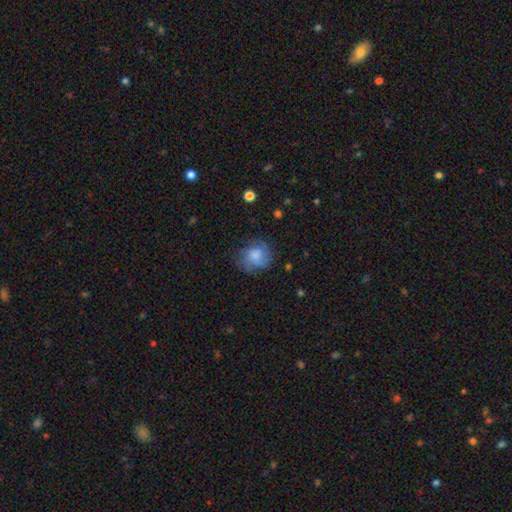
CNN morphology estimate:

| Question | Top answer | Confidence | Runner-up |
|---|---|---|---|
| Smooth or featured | smooth | 50% | featured or disk (41%) |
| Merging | none | 66% | minor disturbance (21%) |